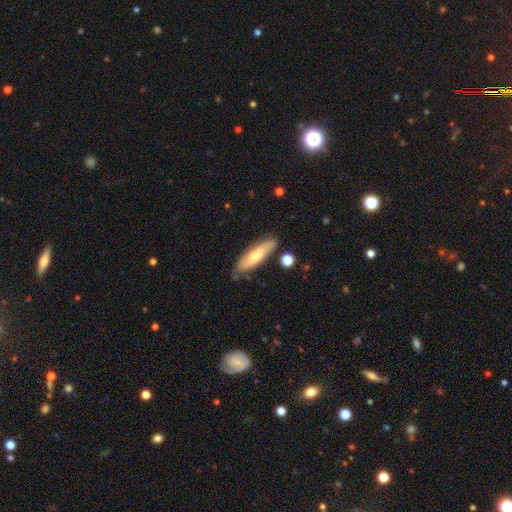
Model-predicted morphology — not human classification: This appears to be a smooth galaxy with no disk features (63%) that is cigar-shaped (61%). Merging: none (77%).